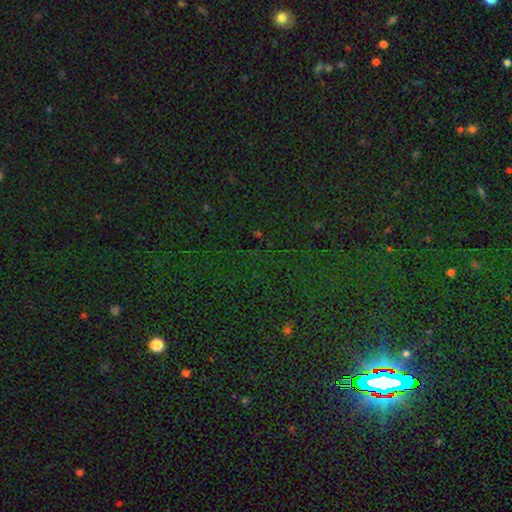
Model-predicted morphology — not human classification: type=star or artifact (84%).